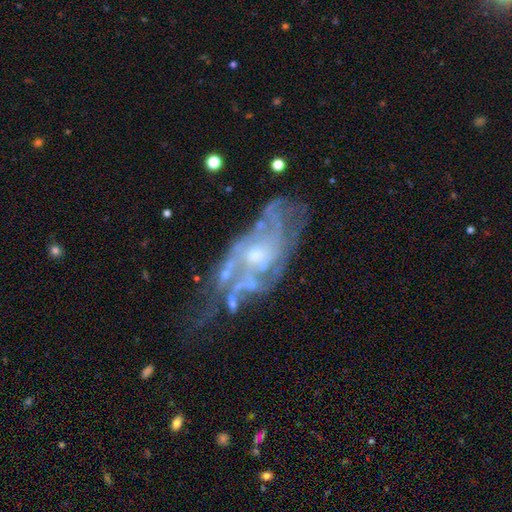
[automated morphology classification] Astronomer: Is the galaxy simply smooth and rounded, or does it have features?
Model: featured or disk — 82%.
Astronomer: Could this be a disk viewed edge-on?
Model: no — 93%.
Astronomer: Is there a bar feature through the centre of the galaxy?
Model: no — 75%.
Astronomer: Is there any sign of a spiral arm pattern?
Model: yes — 81%.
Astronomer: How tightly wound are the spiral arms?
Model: tight — 50% (runner-up: medium, 36%).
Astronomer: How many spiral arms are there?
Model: can't tell — 50%.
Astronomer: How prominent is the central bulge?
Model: small — 61%.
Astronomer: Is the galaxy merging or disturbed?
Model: none — 47% (runner-up: minor disturbance, 26%).